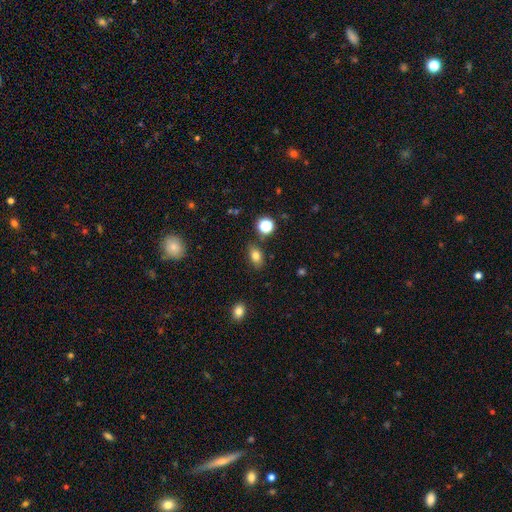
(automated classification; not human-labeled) The model was most divided on "how rounded": in between: 79%, round: 18%, cigar-shaped: 2%. More confident: merging — none (82%); smooth or featured — smooth (78%).